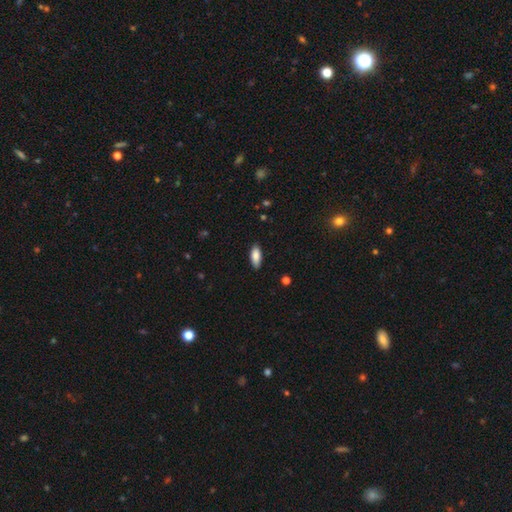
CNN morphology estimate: smooth_or_featured: smooth (p=0.87) [alt: featured or disk p=0.07]
how_rounded: in between (p=0.81) [alt: cigar-shaped p=0.17]
merging: none (p=0.85) [alt: minor disturbance p=0.12]